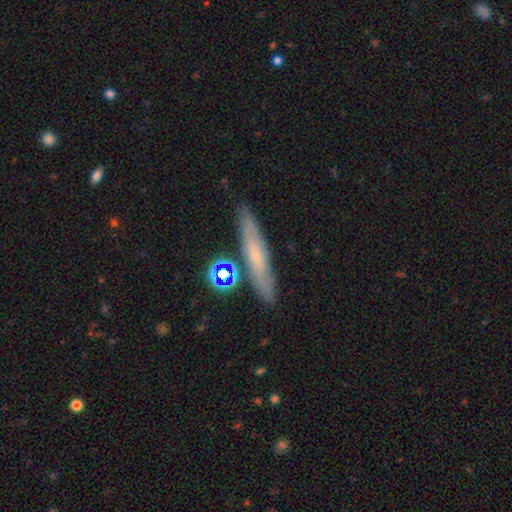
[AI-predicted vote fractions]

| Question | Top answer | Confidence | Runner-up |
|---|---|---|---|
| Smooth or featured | featured or disk | 46% | smooth (44%) |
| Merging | none | 79% | minor disturbance (12%) |